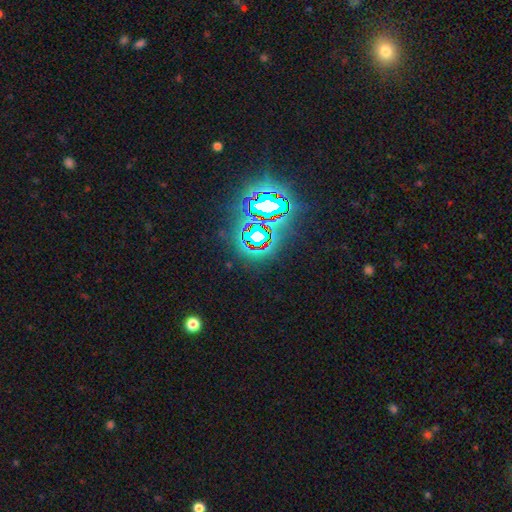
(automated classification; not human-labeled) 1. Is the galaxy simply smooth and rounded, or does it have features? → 82% star or artifact, 10% smooth, 9% featured or disk.